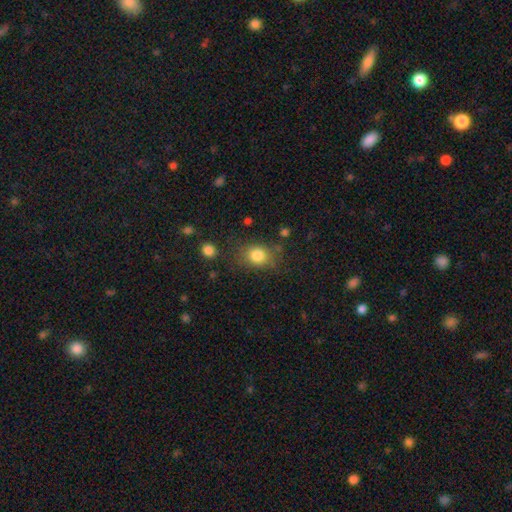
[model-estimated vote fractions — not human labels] smooth 82%, star or artifact 10%, featured or disk 7%. Down the decision tree: how rounded — round (51%); merging — none (72%).